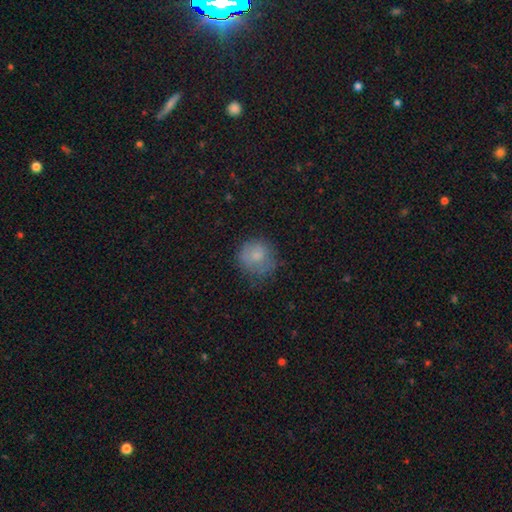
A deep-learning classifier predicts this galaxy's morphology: Overall: smooth (76%). How rounded: round (86%). Merging: none (63%; minor disturbance 24%).